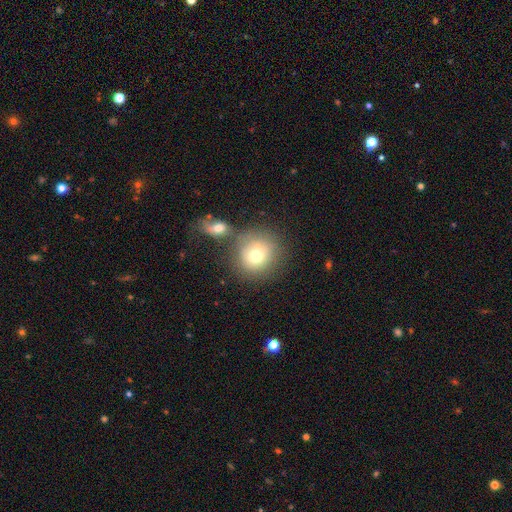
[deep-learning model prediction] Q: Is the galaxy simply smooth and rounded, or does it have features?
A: smooth — 73%.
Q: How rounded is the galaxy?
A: round — 87%.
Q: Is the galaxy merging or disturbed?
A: none — 58%.